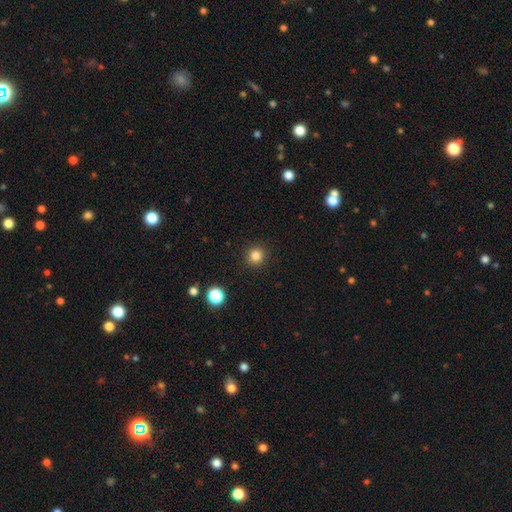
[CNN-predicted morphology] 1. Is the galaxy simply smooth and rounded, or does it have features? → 83% smooth, 13% star or artifact, 4% featured or disk.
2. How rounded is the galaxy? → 94% round, 5% in between, 1% cigar-shaped.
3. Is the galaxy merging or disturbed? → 92% none, 5% minor disturbance, 2% major disturbance, 1% merger.